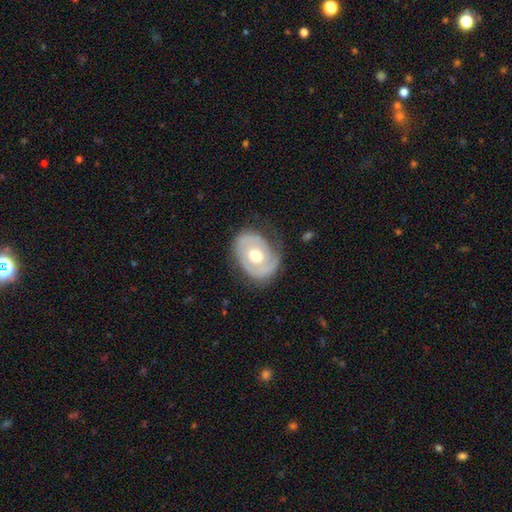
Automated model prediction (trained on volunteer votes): Overall: featured or disk (66%; smooth 28%). Edge-on disk: no (95%). Bar: no (72%). Spiral arms: yes (61%; no 39%). Bulge size: moderate (77%). Merging: none (64%; minor disturbance 24%).